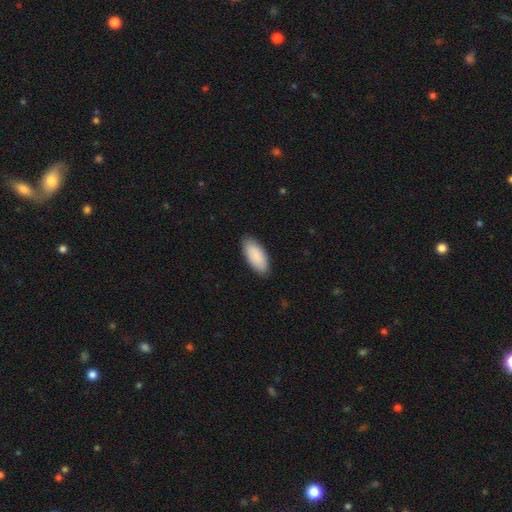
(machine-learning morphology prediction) Smooth or featured?
  - smooth: 90% *
  - star or artifact: 5%
  - featured or disk: 5%
How rounded?
  - in between: 90% *
  - cigar-shaped: 8%
  - round: 2%
Merging?
  - none: 87% *
  - minor disturbance: 10%
  - major disturbance: 2%
  - merger: 1%